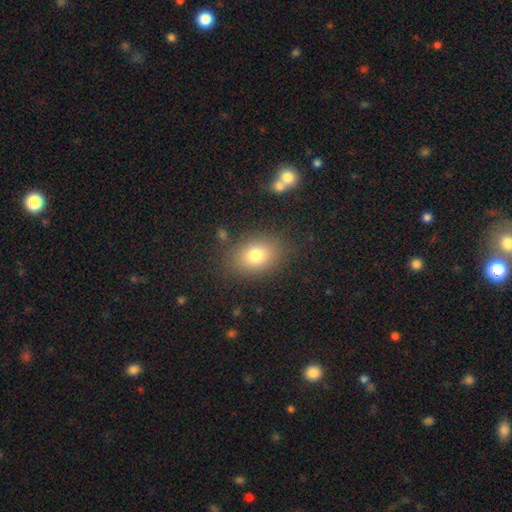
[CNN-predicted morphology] smooth-or-featured: smooth: 78% | star or artifact: 11% | featured or disk: 11%
  how-rounded: in between: 70% | round: 29% | cigar-shaped: 1%
  merging: none: 82% | minor disturbance: 11% | major disturbance: 4% | merger: 3%